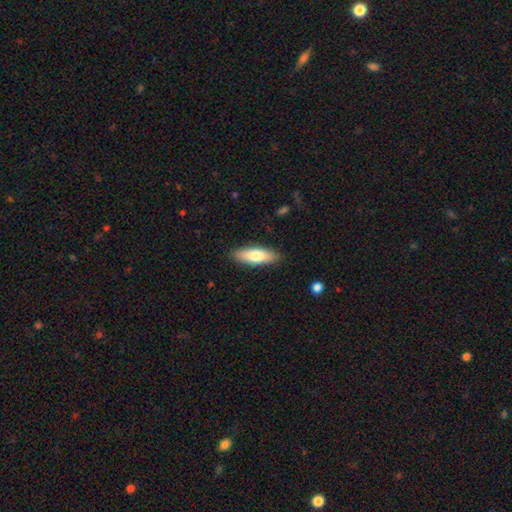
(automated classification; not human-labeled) This appears to be a smooth galaxy with no disk features (74%) that is in between round and cigar-shaped (58%). Merging: none (88%).